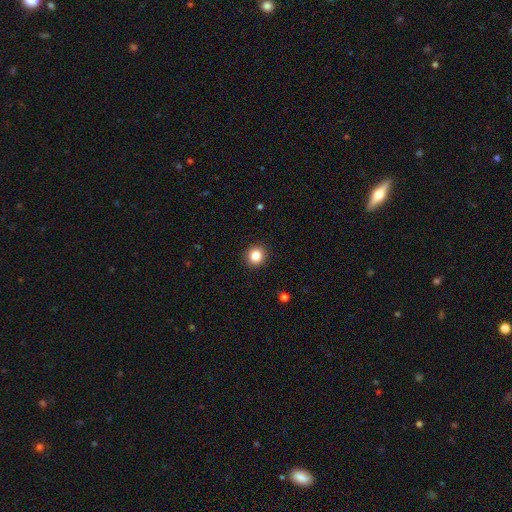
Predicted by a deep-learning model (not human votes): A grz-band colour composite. It shows a smooth galaxy with no disk features (85%) that is round (90%). Merging: none (91%).